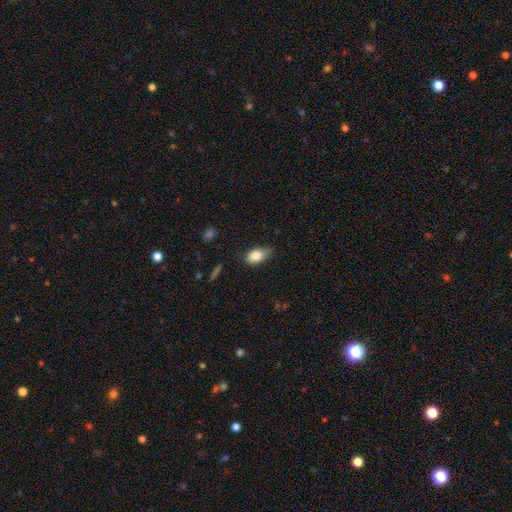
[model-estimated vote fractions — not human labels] Overall: smooth (83%). How rounded: in between (88%). Merging: none (58%; minor disturbance 33%).